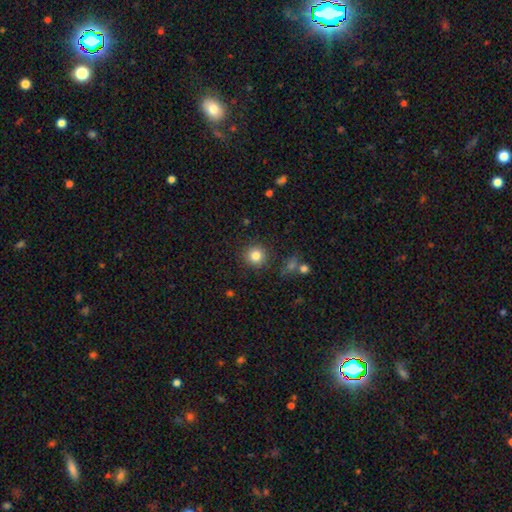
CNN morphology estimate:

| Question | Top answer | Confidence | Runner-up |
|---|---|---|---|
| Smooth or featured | smooth | 82% | star or artifact (11%) |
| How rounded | round | 93% | in between (6%) |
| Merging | none | 87% | minor disturbance (8%) |